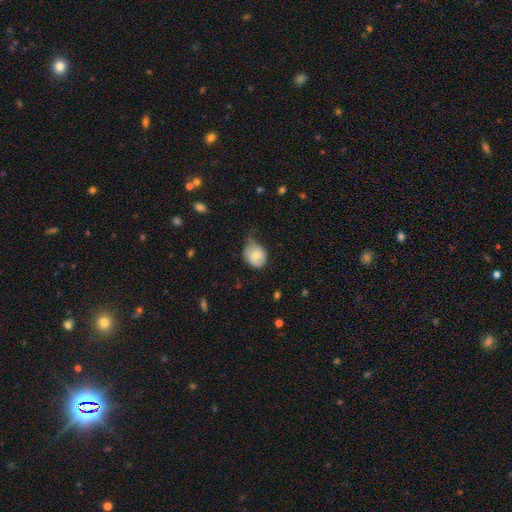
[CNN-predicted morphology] smooth 74%, featured or disk 18%, star or artifact 8%. Down the decision tree: how rounded — round (52%); merging — minor disturbance (46%).